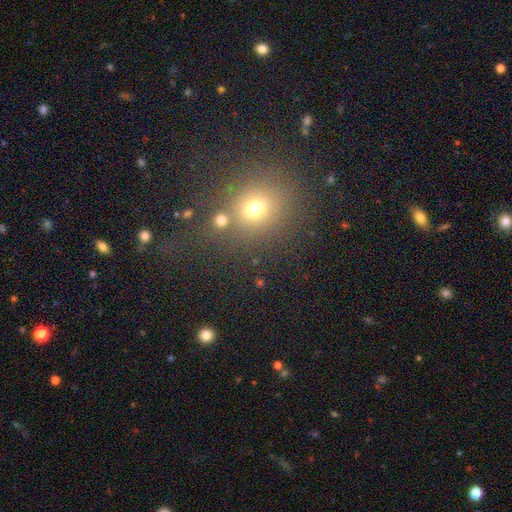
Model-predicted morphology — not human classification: A smooth galaxy with no disk features (56%) that is round (79%). Merging: none (73%).